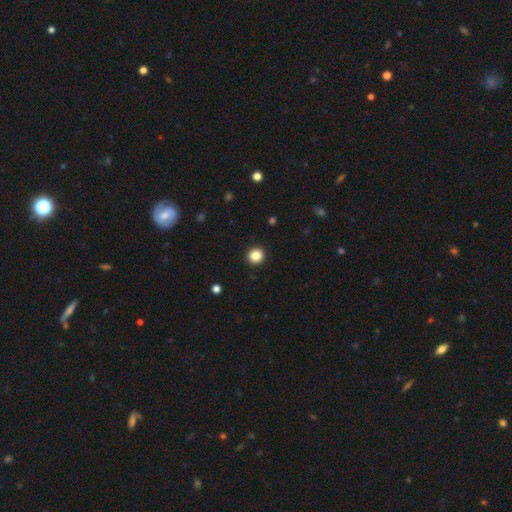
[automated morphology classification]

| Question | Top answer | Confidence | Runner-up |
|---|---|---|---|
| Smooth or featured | smooth | 86% | star or artifact (11%) |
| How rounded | round | 93% | in between (6%) |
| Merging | none | 93% | minor disturbance (4%) |